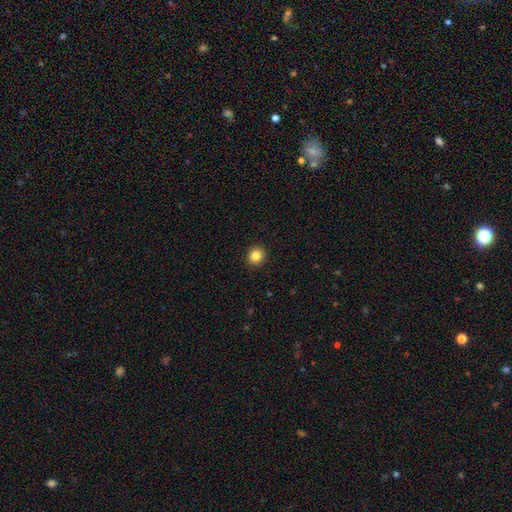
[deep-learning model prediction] Q: Smooth or featured?
A: smooth (84%); runner-up: star or artifact (11%)
Q: How rounded?
A: round (88%); runner-up: in between (11%)
Q: Merging?
A: none (93%); runner-up: minor disturbance (5%)